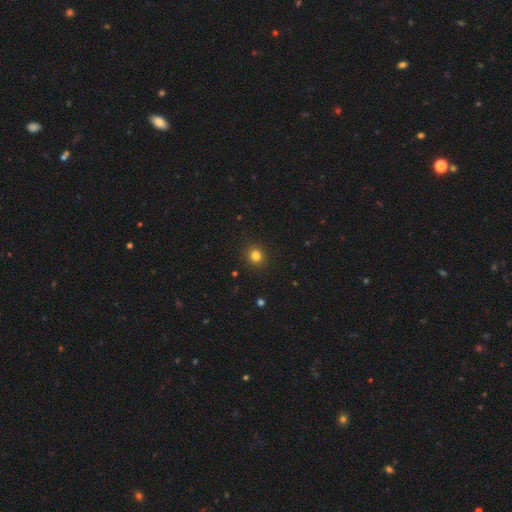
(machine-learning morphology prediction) Smooth or featured: smooth — 82% (star or artifact — 14%)
How rounded: round — 88% (in between — 11%)
Merging: none — 92% (minor disturbance — 5%)